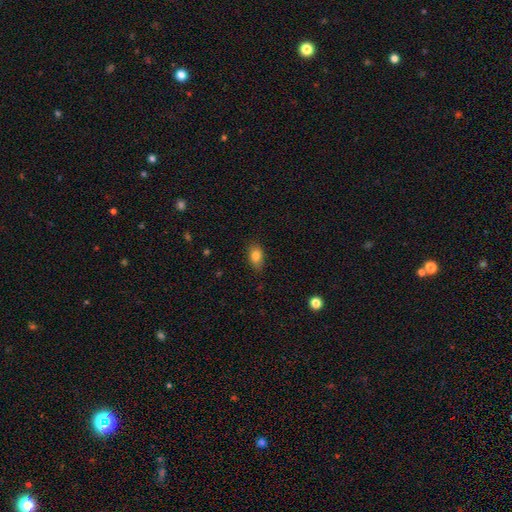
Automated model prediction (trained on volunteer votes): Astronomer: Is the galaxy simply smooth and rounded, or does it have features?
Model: smooth — 83%.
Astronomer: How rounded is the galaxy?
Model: in between — 83%.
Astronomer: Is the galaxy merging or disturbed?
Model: none — 80%.